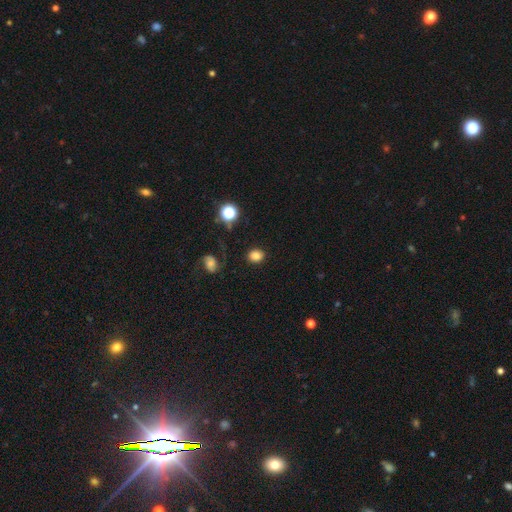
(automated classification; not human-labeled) Q: Smooth or featured?
A: smooth (80%); runner-up: star or artifact (13%)
Q: How rounded?
A: round (57%); runner-up: in between (42%)
Q: Merging?
A: none (84%); runner-up: minor disturbance (9%)